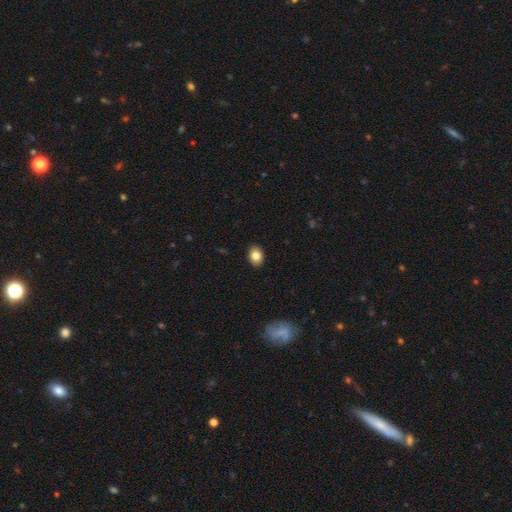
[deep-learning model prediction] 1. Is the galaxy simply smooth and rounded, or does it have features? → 84% smooth, 8% star or artifact, 8% featured or disk.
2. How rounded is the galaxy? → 71% in between, 28% round, 1% cigar-shaped.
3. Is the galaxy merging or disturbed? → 90% none, 7% minor disturbance, 2% major disturbance, 1% merger.